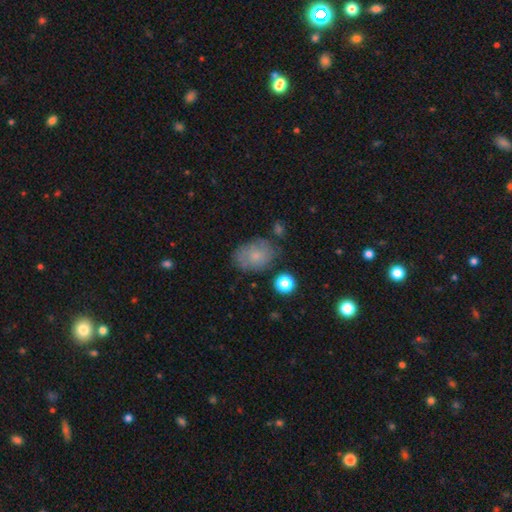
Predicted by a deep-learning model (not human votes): Smooth or featured?
  - smooth: 68% *
  - featured or disk: 22%
  - star or artifact: 10%
How rounded?
  - in between: 74% *
  - round: 25%
  - cigar-shaped: 1%
Merging?
  - none: 66% *
  - minor disturbance: 22%
  - major disturbance: 7%
  - merger: 4%